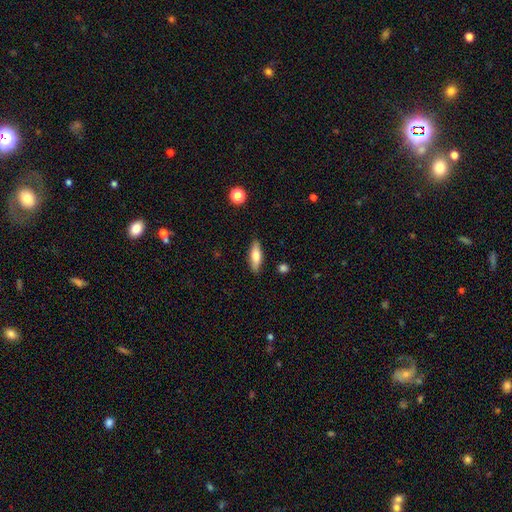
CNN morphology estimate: This appears to be a smooth galaxy with no disk features (68%) that is in between round and cigar-shaped (50%). Merging: none (87%).